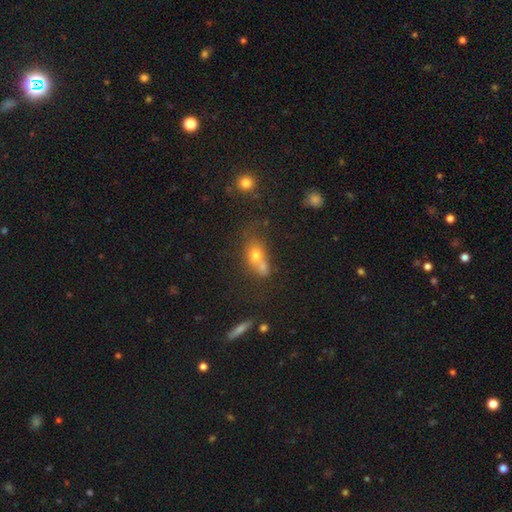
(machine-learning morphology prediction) This appears to be a smooth galaxy with no disk features (65%) that is in between round and cigar-shaped (51%). Merging: merger (57%).